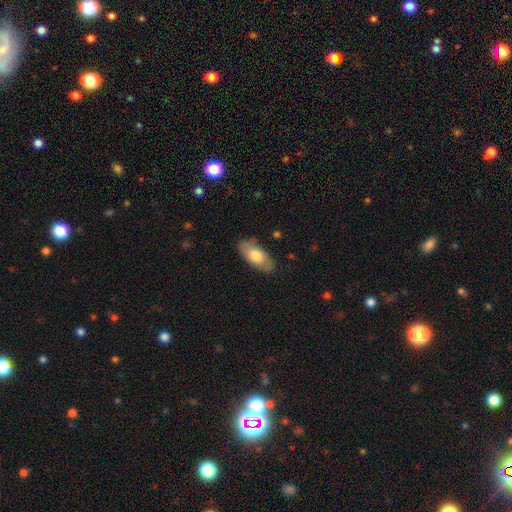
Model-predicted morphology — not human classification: This appears to be a smooth galaxy with no disk features (72%) that is in between round and cigar-shaped (89%). Merging: none (81%).